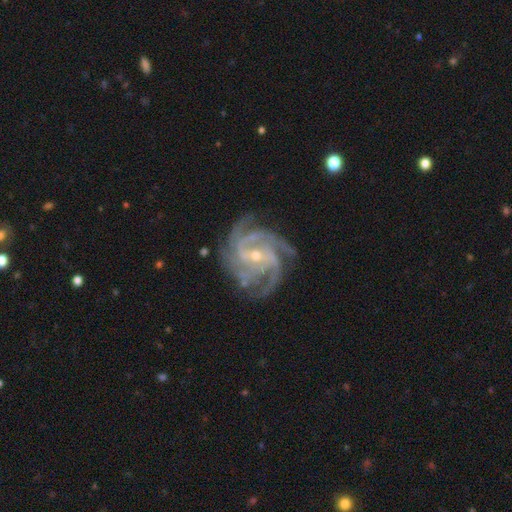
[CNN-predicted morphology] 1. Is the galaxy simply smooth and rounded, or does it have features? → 92% featured or disk, 5% star or artifact, 3% smooth.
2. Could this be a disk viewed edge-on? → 98% no, 2% yes.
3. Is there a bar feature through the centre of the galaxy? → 44% weak, 34% no, 22% strong.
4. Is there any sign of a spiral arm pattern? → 99% yes, 1% no.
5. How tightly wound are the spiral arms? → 53% tight, 41% medium, 6% loose.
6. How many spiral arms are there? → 47% 4, 22% 3, 9% more than 4, 9% can't tell, 7% 2, 5% 1.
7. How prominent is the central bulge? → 70% small, 27% moderate, 1% none, 1% large, 1% dominant.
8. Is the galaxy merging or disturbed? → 75% none, 16% minor disturbance, 7% major disturbance, 1% merger.